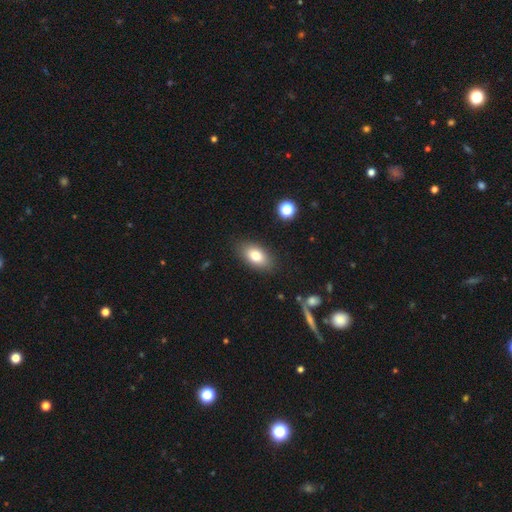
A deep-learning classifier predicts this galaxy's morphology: Smooth or featured? smooth (79%)
How rounded? in between (90%)
Merging? none (85%)